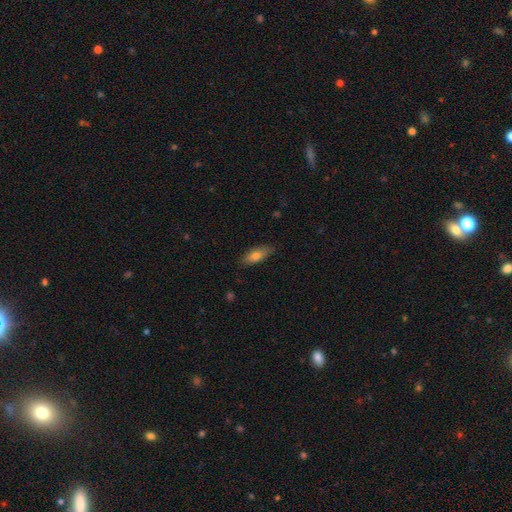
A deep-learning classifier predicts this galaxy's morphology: type=smooth (76%); roundness=in between (71%); merging=none (82%).